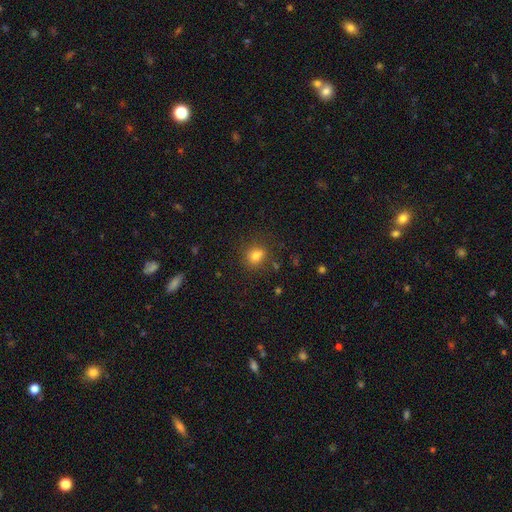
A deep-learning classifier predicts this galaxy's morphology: The model was most divided on "how rounded": round: 69%, in between: 30%, cigar-shaped: 1%. More confident: smooth or featured — smooth (76%); merging — none (73%).